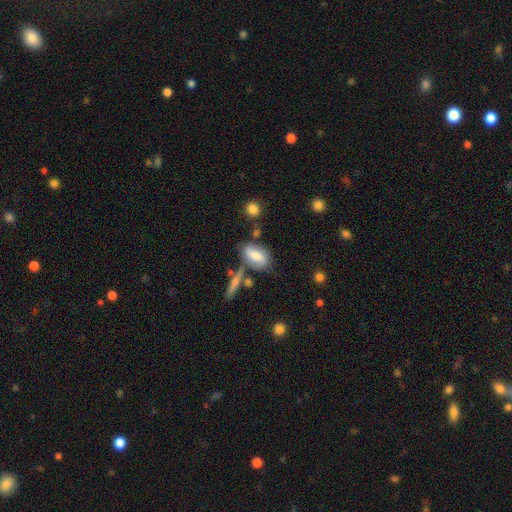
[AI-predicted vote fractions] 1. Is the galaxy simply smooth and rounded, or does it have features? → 69% smooth, 23% featured or disk, 8% star or artifact.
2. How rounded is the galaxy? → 84% in between, 9% cigar-shaped, 7% round.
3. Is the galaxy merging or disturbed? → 52% none, 22% minor disturbance, 17% merger, 10% major disturbance.